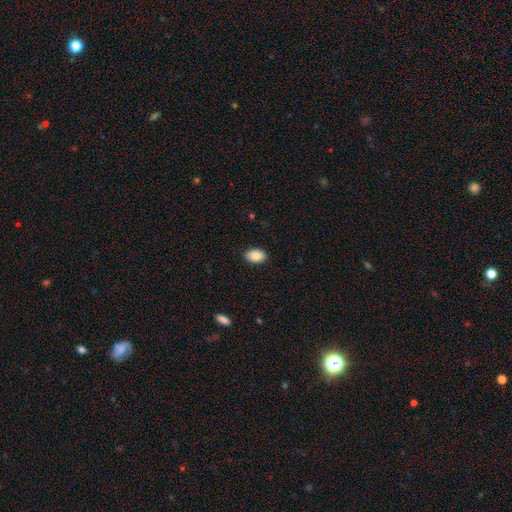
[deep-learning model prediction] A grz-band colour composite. It shows a smooth galaxy with no disk features (87%) that is in between round and cigar-shaped (91%). Merging: none (89%).